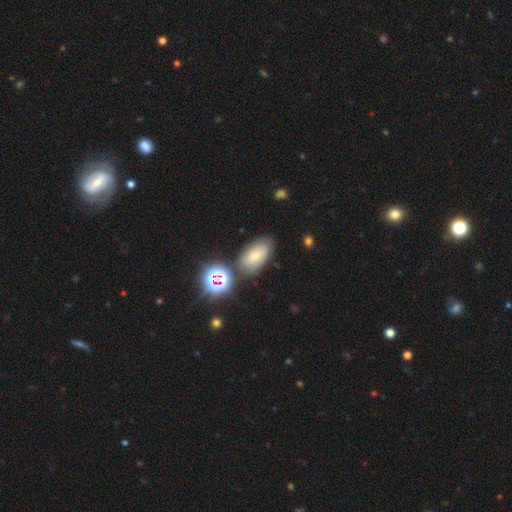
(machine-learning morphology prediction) A smooth galaxy with no disk features (54%) that is in between round and cigar-shaped (87%). Merging: none (73%).